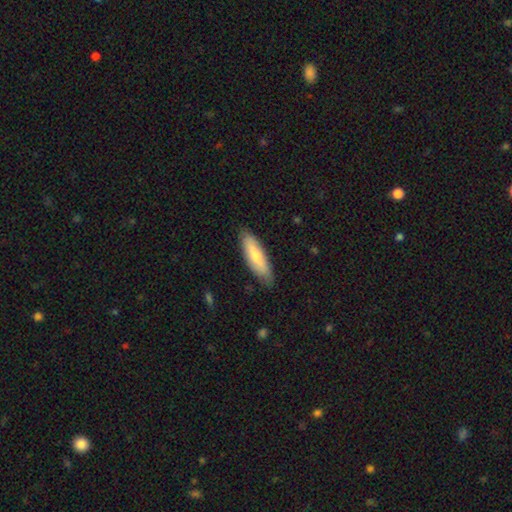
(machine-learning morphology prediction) smooth_or_featured: smooth (p=0.73) [alt: featured or disk p=0.21]
how_rounded: cigar-shaped (p=0.54) [alt: in between p=0.44]
merging: none (p=0.82) [alt: minor disturbance p=0.14]